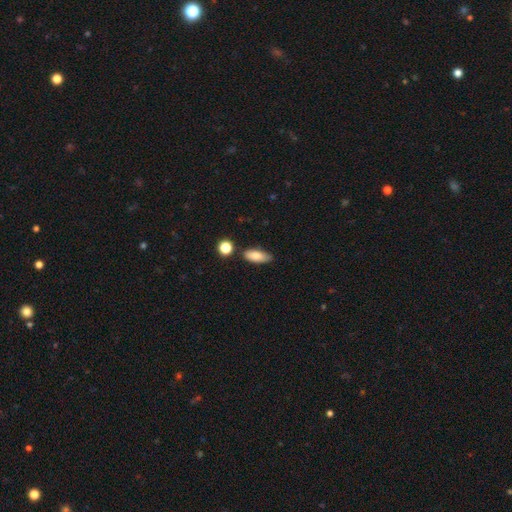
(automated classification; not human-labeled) Smooth or featured?
  - smooth: 82% *
  - featured or disk: 10%
  - star or artifact: 8%
How rounded?
  - in between: 81% *
  - cigar-shaped: 15%
  - round: 4%
Merging?
  - none: 71% *
  - minor disturbance: 19%
  - merger: 6%
  - major disturbance: 4%